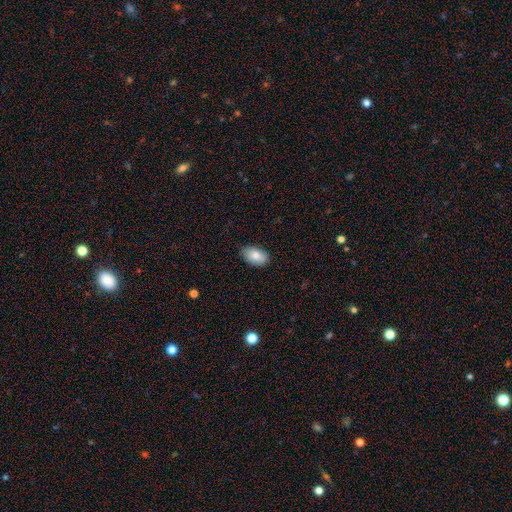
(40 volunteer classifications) This is clearly a smooth galaxy (85%). How rounded: clearly in between (97%). Merging: clearly none (89%).